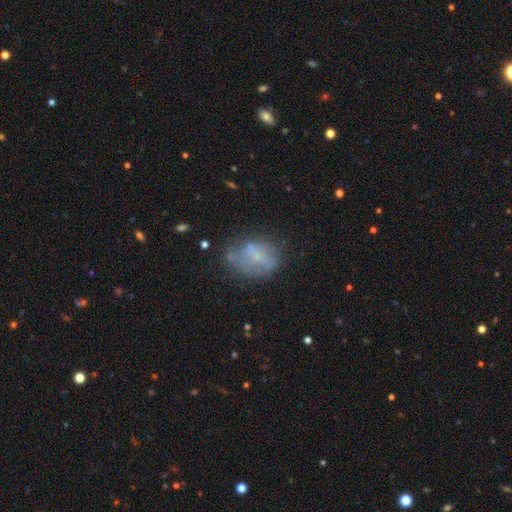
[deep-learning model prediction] Smooth or featured: smooth — 44% (featured or disk — 42%)
Merging: none — 45% (minor disturbance — 27%)